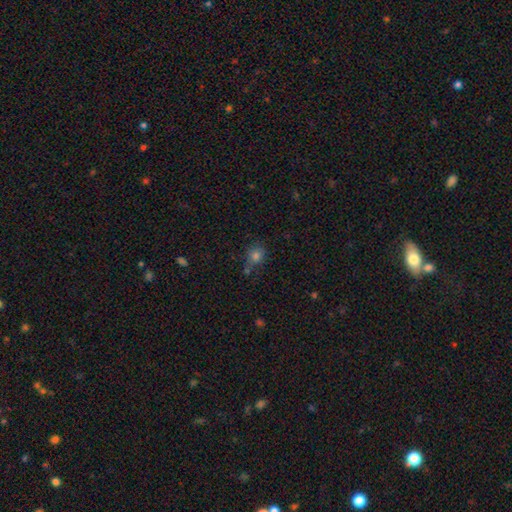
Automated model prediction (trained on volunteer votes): Morphology: type=smooth (76%); roundness=round (75%); merging=none (62%).